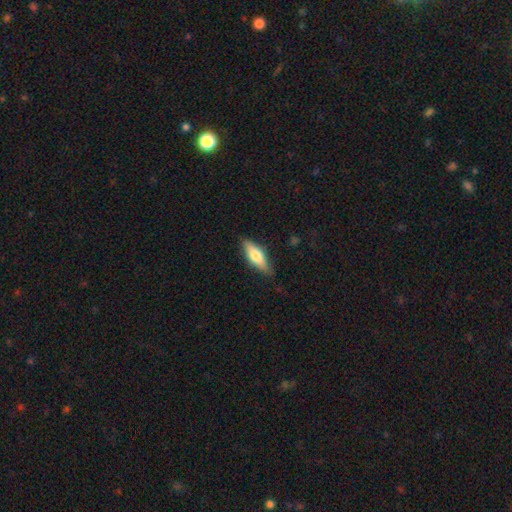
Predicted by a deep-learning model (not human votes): Smooth or featured? smooth (63%)
How rounded? in between (59%)
Merging? none (82%)